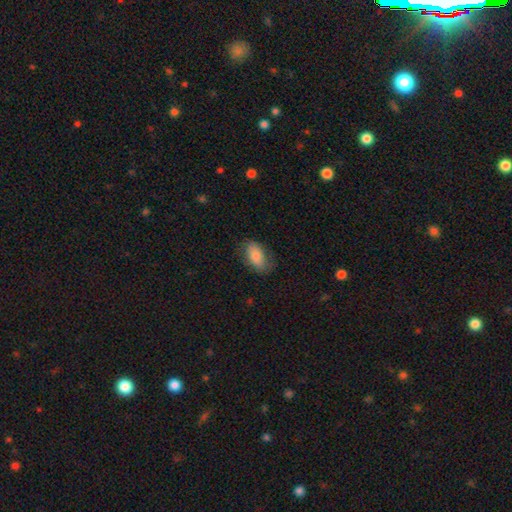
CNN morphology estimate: Smooth or featured?
  - smooth: 78% *
  - featured or disk: 15%
  - star or artifact: 7%
How rounded?
  - in between: 92% *
  - round: 5%
  - cigar-shaped: 3%
Merging?
  - none: 73% *
  - minor disturbance: 19%
  - major disturbance: 6%
  - merger: 1%